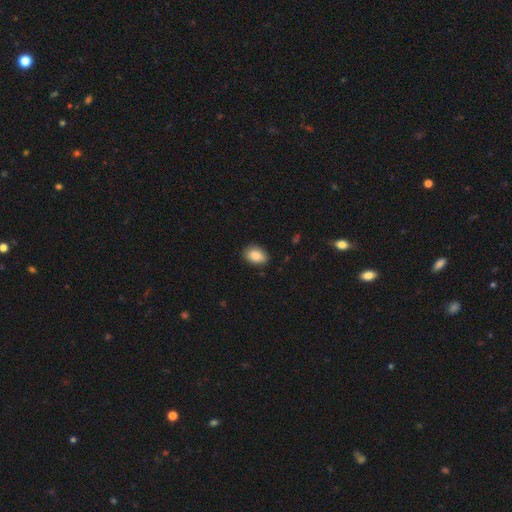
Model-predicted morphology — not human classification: Overall: smooth (88%). How rounded: in between (85%). Merging: none (83%).